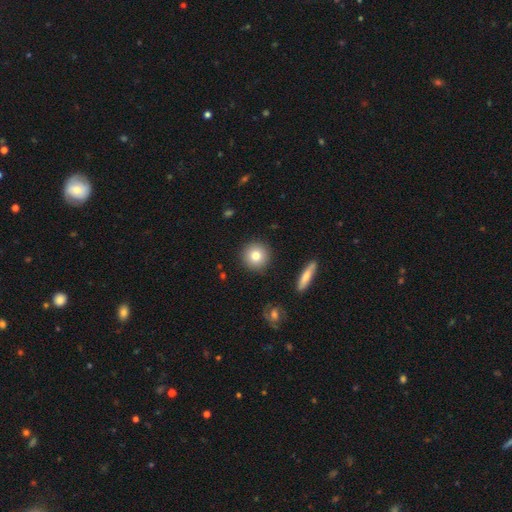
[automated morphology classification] smooth_or_featured: smooth (p=0.80) [alt: featured or disk p=0.12]
how_rounded: round (p=0.93) [alt: in between p=0.05]
merging: none (p=0.91) [alt: minor disturbance p=0.06]